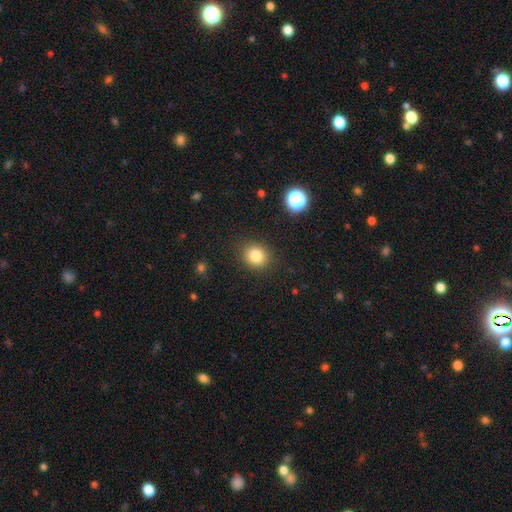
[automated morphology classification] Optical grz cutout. It shows a smooth galaxy with no disk features (83%) that is round (73%). Merging: none (88%).